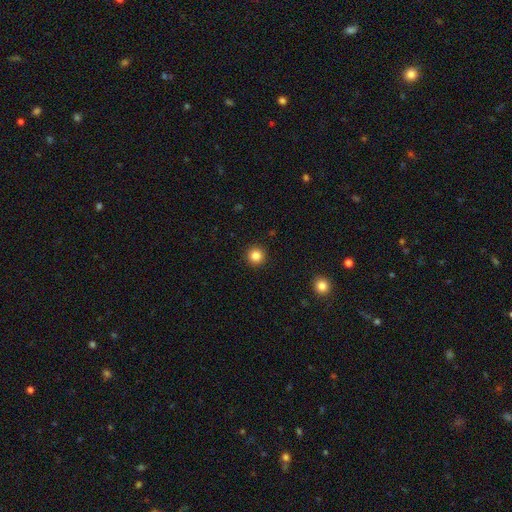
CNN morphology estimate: smooth_or_featured: smooth (p=0.84) [alt: star or artifact p=0.11]
how_rounded: round (p=0.95) [alt: in between p=0.04]
merging: none (p=0.93) [alt: minor disturbance p=0.05]